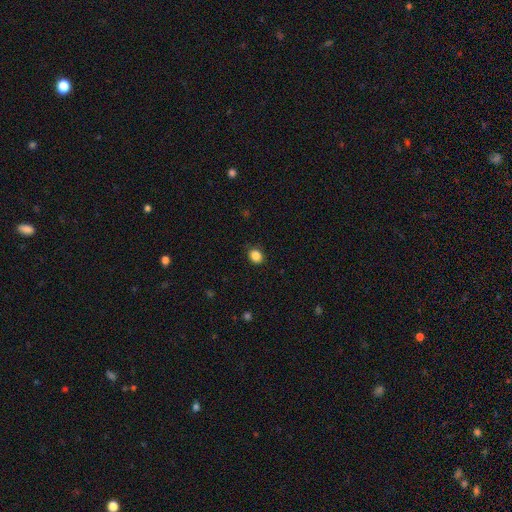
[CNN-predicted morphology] Q: Smooth or featured?
A: smooth (86%); runner-up: star or artifact (10%)
Q: How rounded?
A: round (55%); runner-up: in between (44%)
Q: Merging?
A: none (88%); runner-up: minor disturbance (9%)